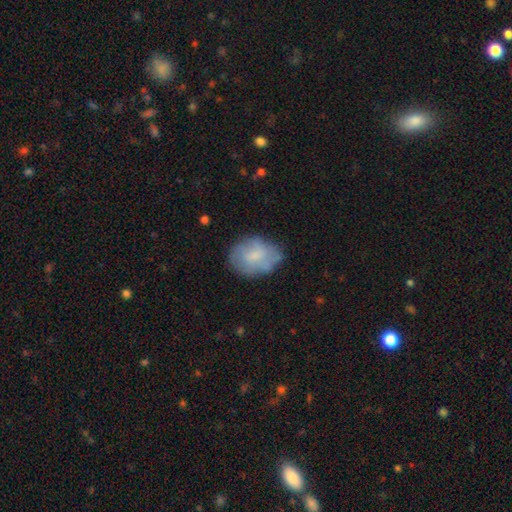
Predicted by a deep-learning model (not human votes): The model was most divided on "smooth or featured": smooth: 61%, featured or disk: 31%, star or artifact: 7%. More confident: how rounded — in between (72%); merging — none (63%).